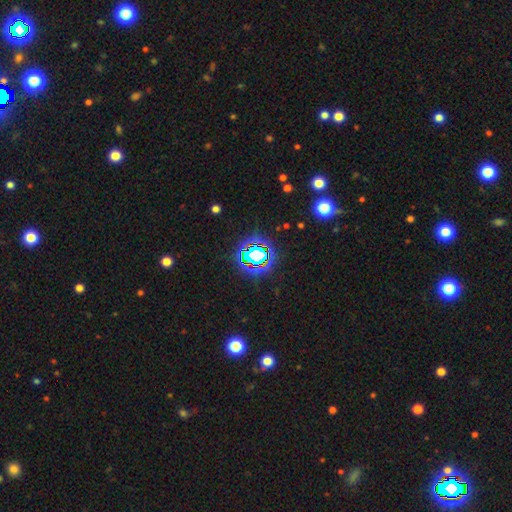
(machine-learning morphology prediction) Smooth or featured?
  - star or artifact: 71% *
  - smooth: 17%
  - featured or disk: 12%